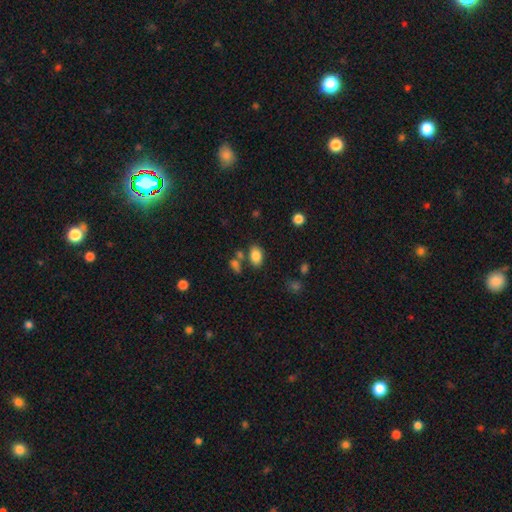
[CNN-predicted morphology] Smooth or featured: smooth — 84% (star or artifact — 10%)
How rounded: in between — 85% (round — 14%)
Merging: none — 70% (merger — 13%)